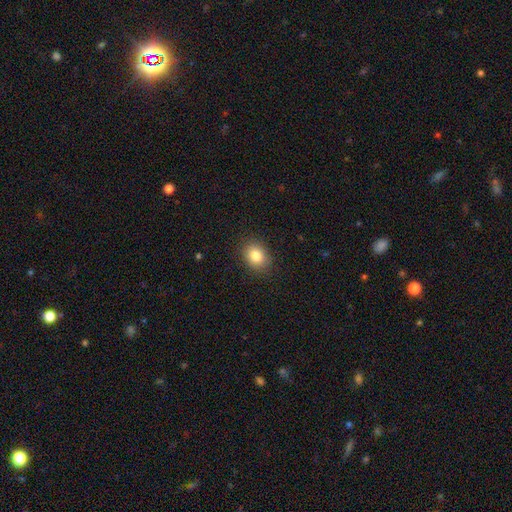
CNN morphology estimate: smooth-or-featured: smooth: 83% | star or artifact: 10% | featured or disk: 7%
  how-rounded: in between: 52% | round: 47% | cigar-shaped: 1%
  merging: none: 87% | minor disturbance: 10% | major disturbance: 3% | merger: 1%